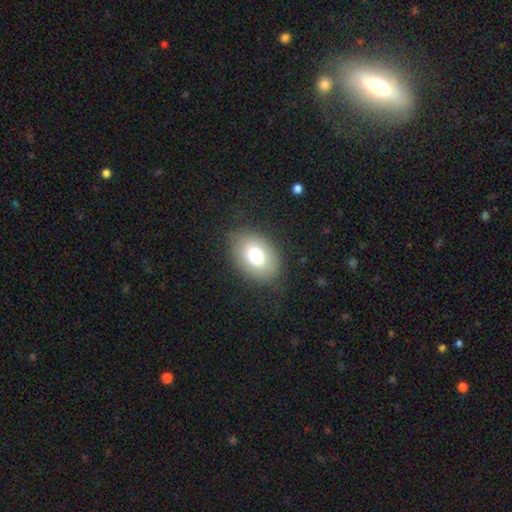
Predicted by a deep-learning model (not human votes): Smooth or featured: smooth — 76% (featured or disk — 15%)
How rounded: in between — 83% (round — 16%)
Merging: none — 80% (minor disturbance — 14%)